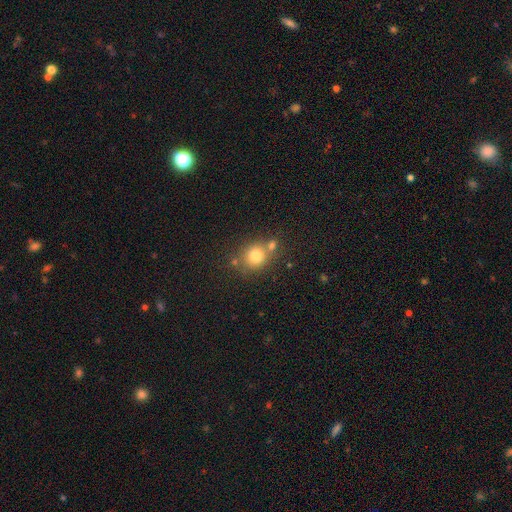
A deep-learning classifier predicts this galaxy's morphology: smooth 78%, star or artifact 12%, featured or disk 10%. Down the decision tree: how rounded — round (79%); merging — none (61%).